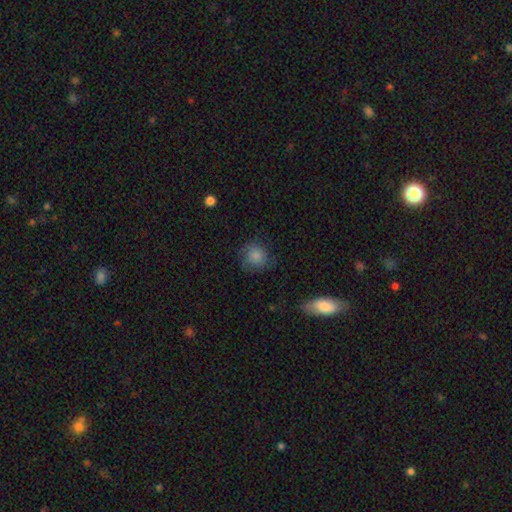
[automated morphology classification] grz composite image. It shows a smooth galaxy with no disk features (81%) that is round (87%). Merging: none (71%).